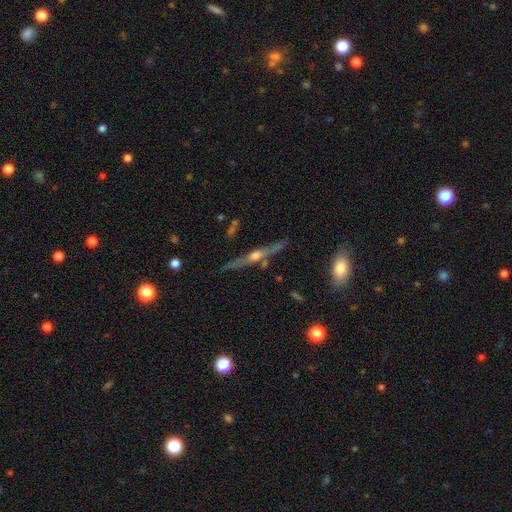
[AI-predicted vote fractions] The model was most divided on "smooth or featured": featured or disk: 77%, smooth: 16%, star or artifact: 7%. More confident: edge-on disk — yes (97%); edge-on bulge — rounded (89%); merging — none (81%).